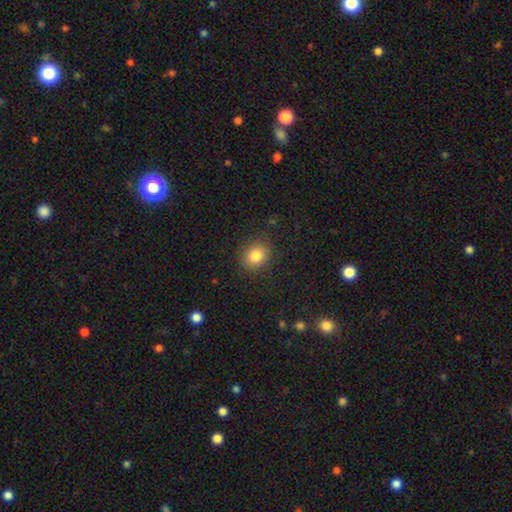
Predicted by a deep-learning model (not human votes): A smooth galaxy with no disk features (82%) that is round (68%). Merging: none (87%).